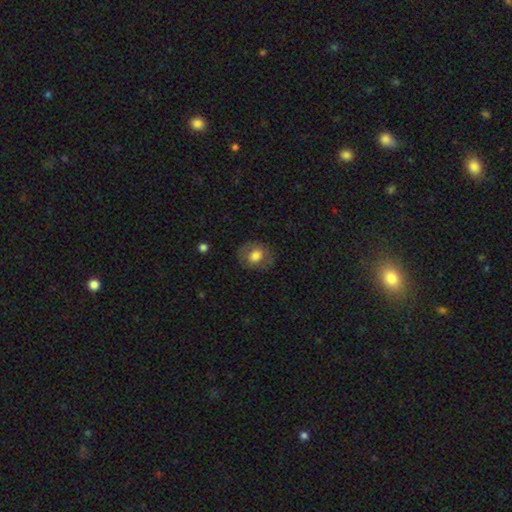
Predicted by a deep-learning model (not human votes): smooth 69%, featured or disk 23%, star or artifact 8%. Down the decision tree: how rounded — round (60%); merging — none (77%).